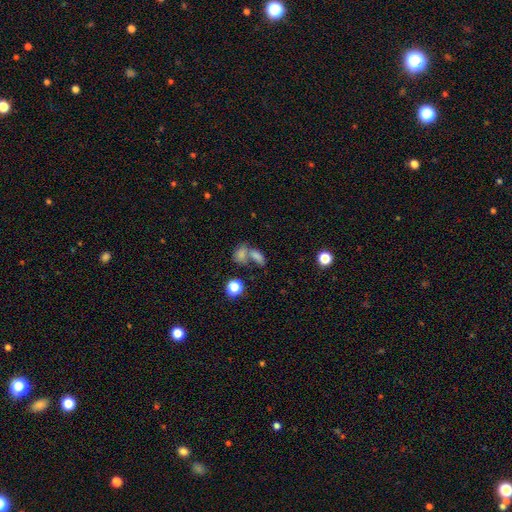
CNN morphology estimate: smooth 68%, star or artifact 17%, featured or disk 15%. Down the decision tree: how rounded — in between (74%); merging — merger (53%).